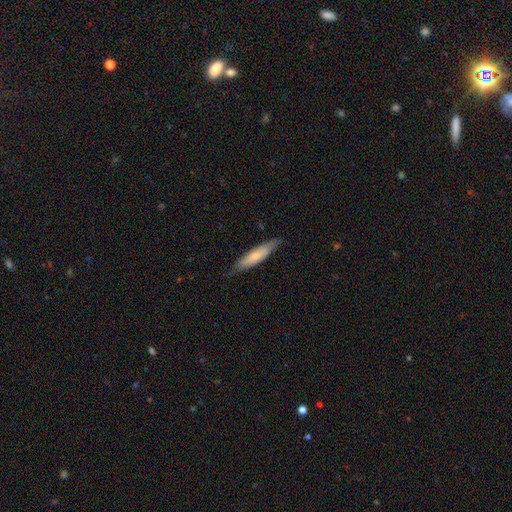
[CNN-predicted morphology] Smooth or featured: smooth — 69% (featured or disk — 25%)
How rounded: cigar-shaped — 83% (in between — 16%)
Merging: none — 80% (minor disturbance — 16%)